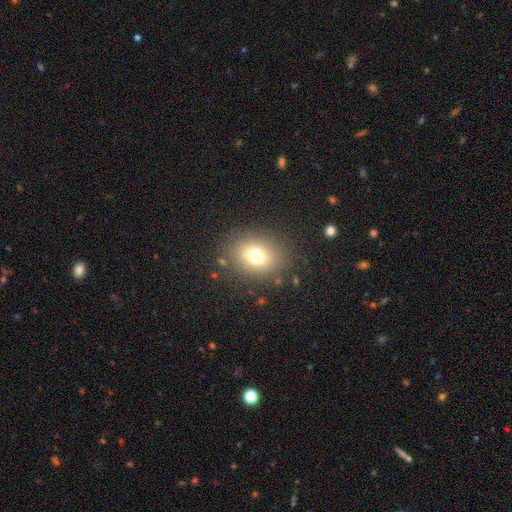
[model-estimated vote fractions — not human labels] Smooth or featured: smooth — 72% (star or artifact — 15%)
How rounded: round — 55% (in between — 44%)
Merging: none — 83% (minor disturbance — 10%)